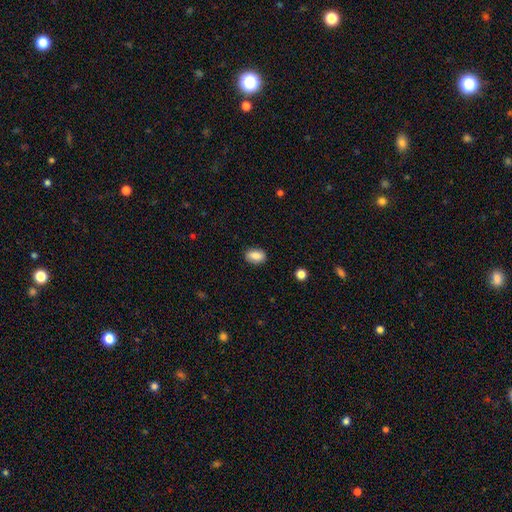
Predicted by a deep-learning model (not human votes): This appears to be a smooth galaxy with no disk features (86%) that is in between round and cigar-shaped (86%). Merging: none (86%).